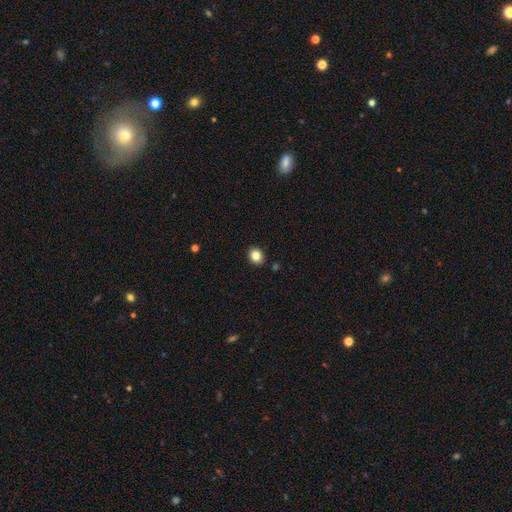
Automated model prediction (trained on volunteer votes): This is clearly a smooth galaxy (84%). How rounded: possibly round (59%). Merging: clearly none (90%).